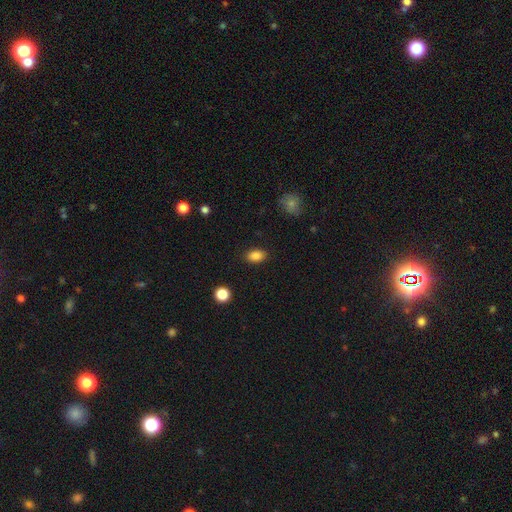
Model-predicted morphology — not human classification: This appears to be a smooth galaxy with no disk features (86%) that is in between round and cigar-shaped (85%). Merging: none (88%).